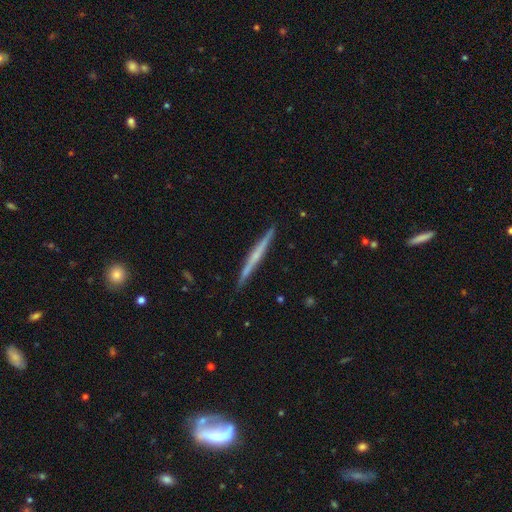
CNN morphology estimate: Smooth or featured: featured or disk — 61% (smooth — 34%)
Edge-on disk: yes — 98% (no — 2%)
Edge-on bulge: none — 67% (rounded — 27%)
Merging: none — 91% (minor disturbance — 6%)